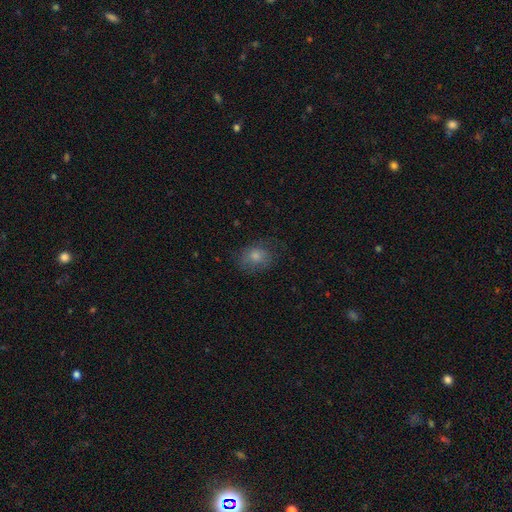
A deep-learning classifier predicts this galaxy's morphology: Smooth or featured? smooth (65%)
How rounded? round (52%)
Merging? none (70%)